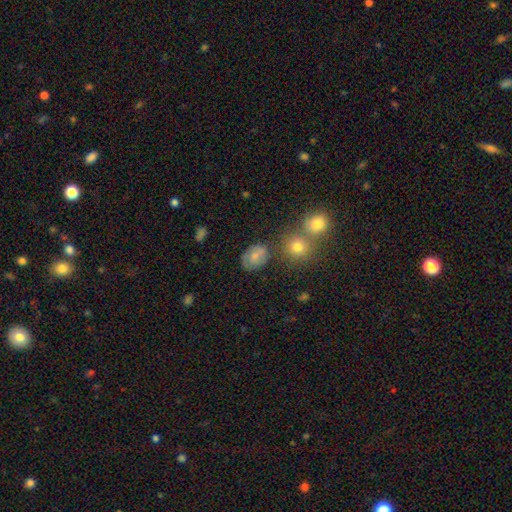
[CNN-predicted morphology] This is likely a smooth galaxy (68%). How rounded: likely in between (60%). Merging: likely none (65%).